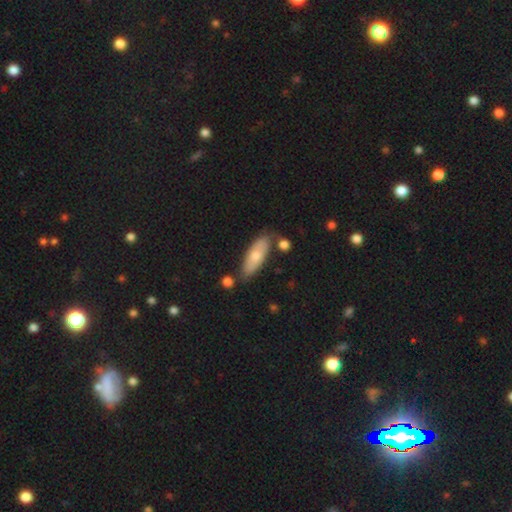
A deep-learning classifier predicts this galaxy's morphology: Smooth or featured? smooth (67%)
How rounded? in between (62%)
Merging? none (72%)